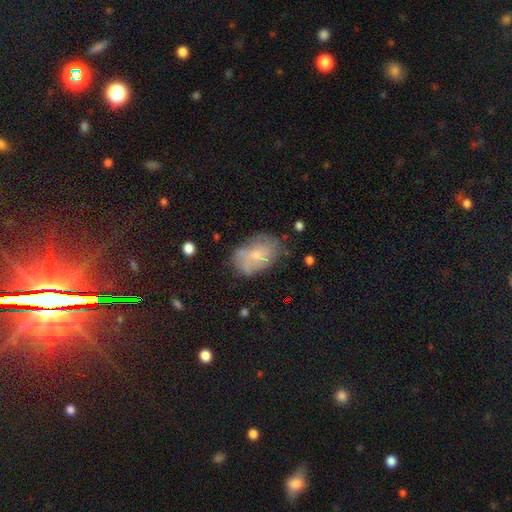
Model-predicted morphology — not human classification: Overall: smooth (54%; featured or disk 38%). How rounded: in between (86%). Merging: none (55%; minor disturbance 28%).